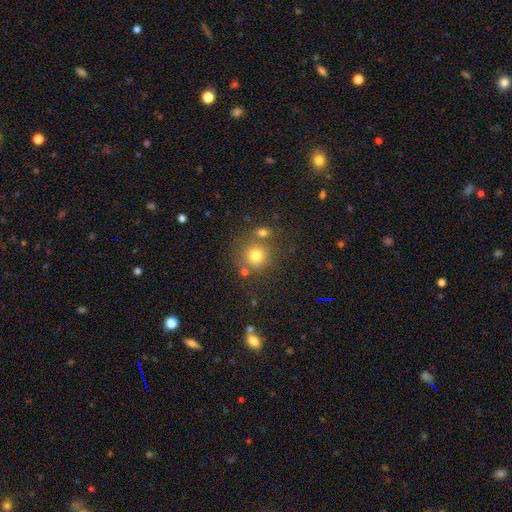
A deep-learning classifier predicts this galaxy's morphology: smooth_or_featured: smooth (p=0.75) [alt: star or artifact p=0.14]
how_rounded: round (p=0.90) [alt: in between p=0.09]
merging: none (p=0.68) [alt: merger p=0.16]